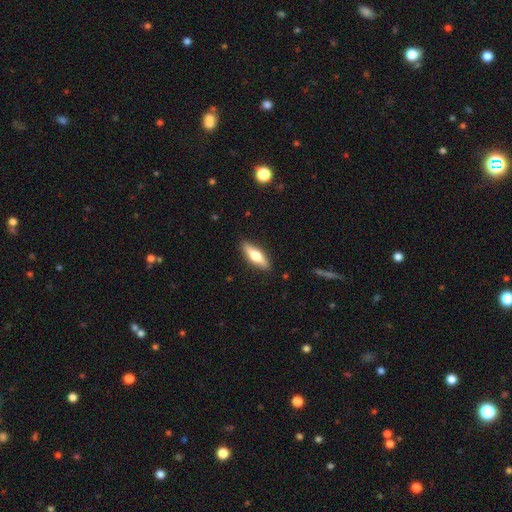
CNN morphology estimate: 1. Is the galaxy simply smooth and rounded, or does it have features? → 57% smooth, 37% featured or disk, 6% star or artifact.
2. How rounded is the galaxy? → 51% cigar-shaped, 47% in between, 2% round.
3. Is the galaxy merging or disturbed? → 88% none, 9% minor disturbance, 2% major disturbance, 1% merger.